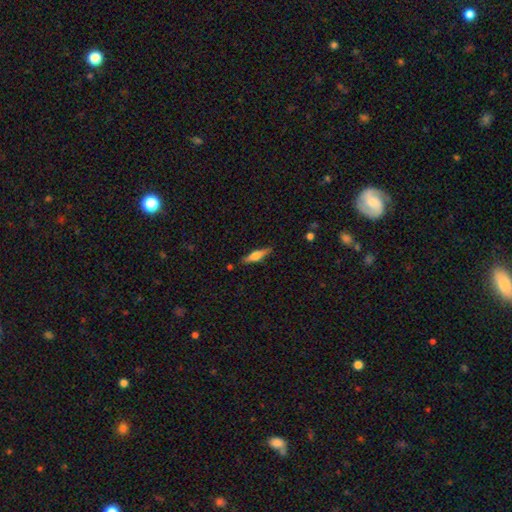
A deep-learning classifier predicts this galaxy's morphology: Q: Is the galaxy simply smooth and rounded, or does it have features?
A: featured or disk — 49%.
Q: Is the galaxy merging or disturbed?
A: none — 86%.